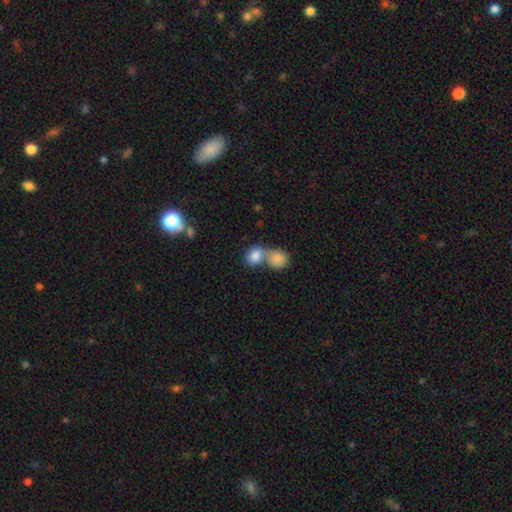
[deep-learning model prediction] Smooth or featured?
  - smooth: 84% *
  - star or artifact: 8%
  - featured or disk: 8%
How rounded?
  - round: 52% *
  - in between: 47%
  - cigar-shaped: 1%
Merging?
  - merger: 61% *
  - none: 30%
  - minor disturbance: 7%
  - major disturbance: 3%